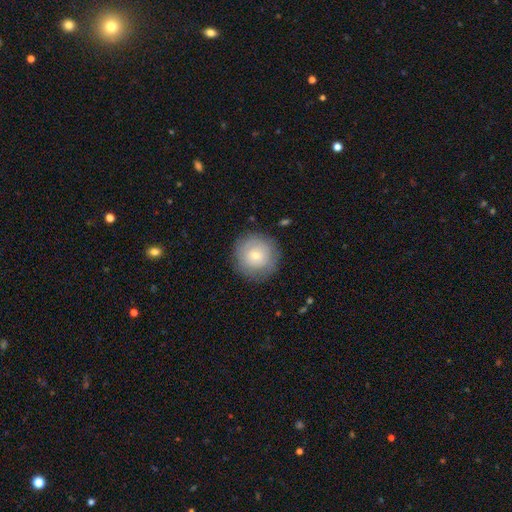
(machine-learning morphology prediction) smooth_or_featured: smooth (p=0.64) [alt: featured or disk p=0.28]
how_rounded: round (p=0.94) [alt: in between p=0.05]
merging: none (p=0.83) [alt: minor disturbance p=0.11]